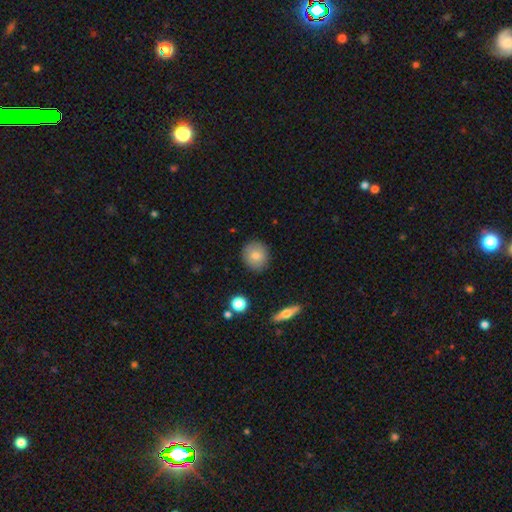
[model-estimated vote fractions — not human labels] Smooth or featured?
  - smooth: 80% *
  - featured or disk: 12%
  - star or artifact: 8%
How rounded?
  - round: 88% *
  - in between: 11%
  - cigar-shaped: 1%
Merging?
  - none: 88% *
  - minor disturbance: 9%
  - major disturbance: 2%
  - merger: 1%